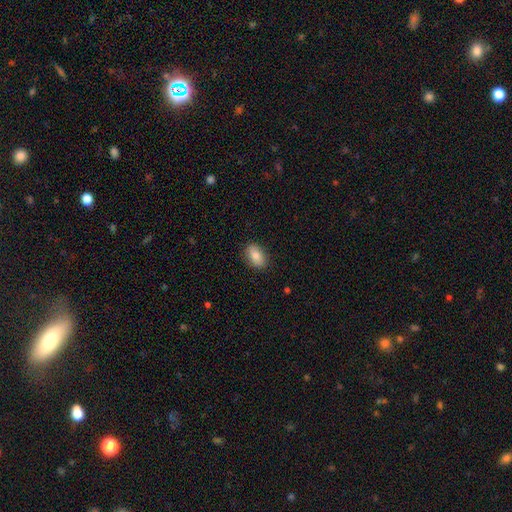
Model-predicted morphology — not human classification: smooth 83%, featured or disk 9%, star or artifact 7%. Down the decision tree: how rounded — in between (90%); merging — none (87%).